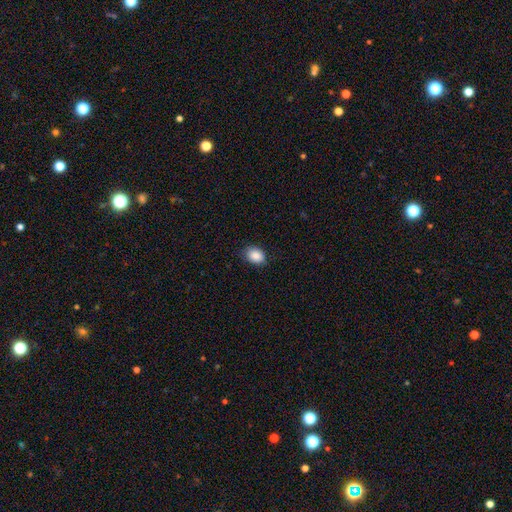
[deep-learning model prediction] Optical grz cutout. It shows a smooth galaxy with no disk features (88%) that is in between round and cigar-shaped (68%). Merging: none (81%).